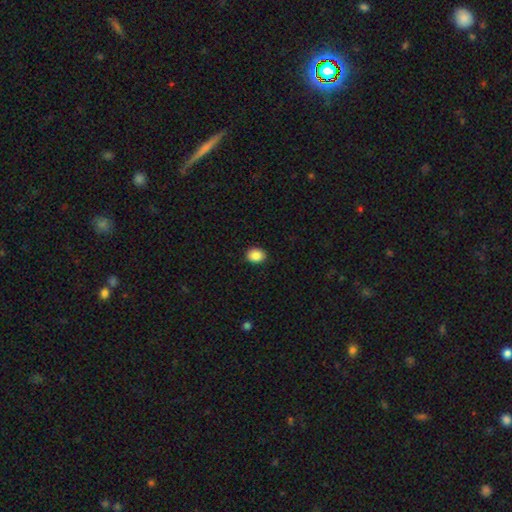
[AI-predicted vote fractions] Smooth or featured: smooth — 88% (star or artifact — 8%)
How rounded: in between — 53% (round — 46%)
Merging: none — 90% (minor disturbance — 7%)